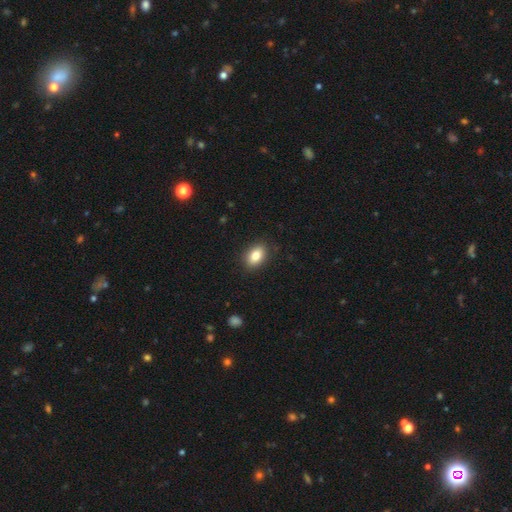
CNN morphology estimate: The model was most divided on "how rounded": in between: 85%, round: 13%, cigar-shaped: 2%. More confident: merging — none (88%); smooth or featured — smooth (84%).